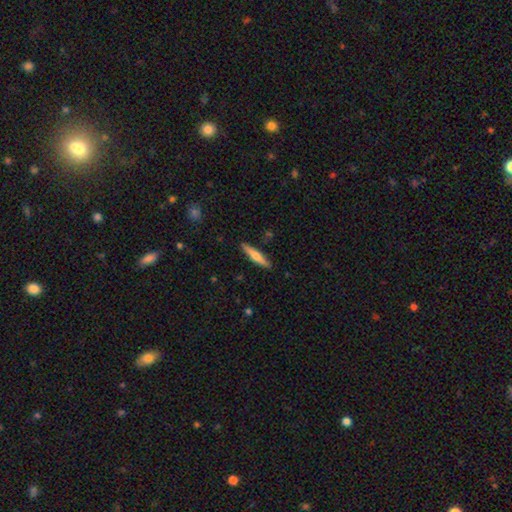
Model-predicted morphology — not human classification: smooth_or_featured: smooth (p=0.50) [alt: featured or disk p=0.44]
merging: none (p=0.89) [alt: minor disturbance p=0.08]